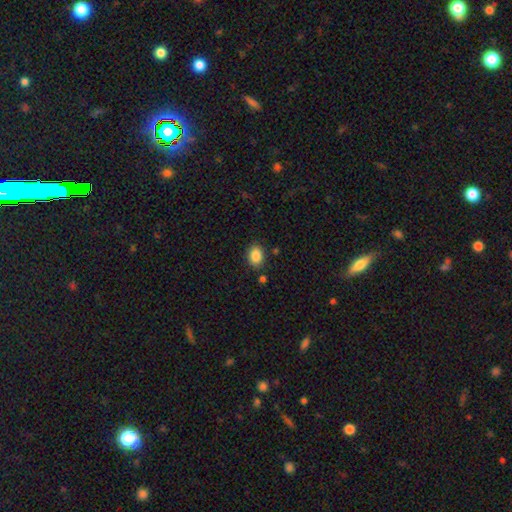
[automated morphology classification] A smooth galaxy with no disk features (87%) that is in between round and cigar-shaped (71%). Merging: none (84%).